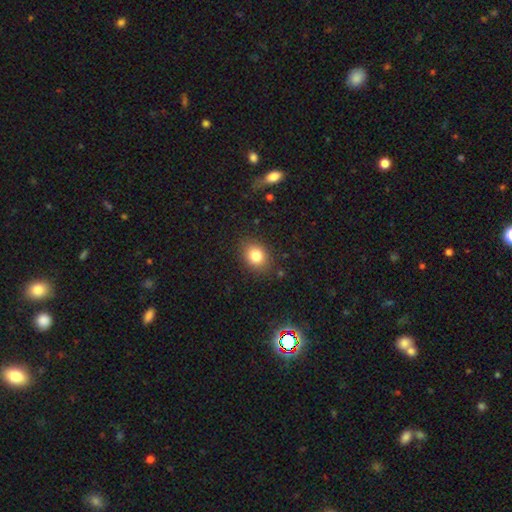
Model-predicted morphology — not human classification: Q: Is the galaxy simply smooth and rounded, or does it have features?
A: smooth — 81%.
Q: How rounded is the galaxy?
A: round — 50%.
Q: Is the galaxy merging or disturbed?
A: none — 85%.